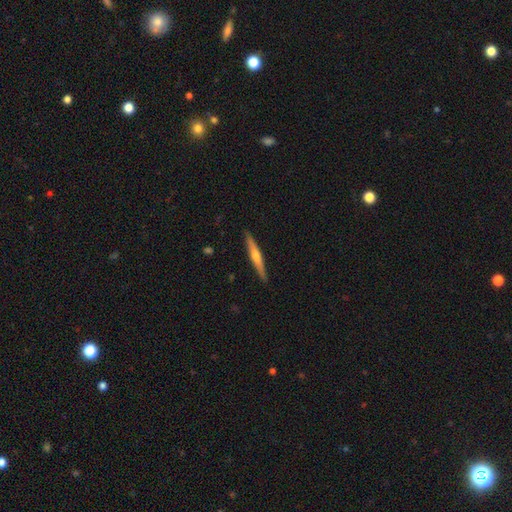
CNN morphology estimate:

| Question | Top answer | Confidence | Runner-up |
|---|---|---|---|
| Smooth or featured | featured or disk | 62% | smooth (32%) |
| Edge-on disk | yes | 97% | no (3%) |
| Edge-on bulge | rounded | 82% | none (13%) |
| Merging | none | 91% | minor disturbance (7%) |